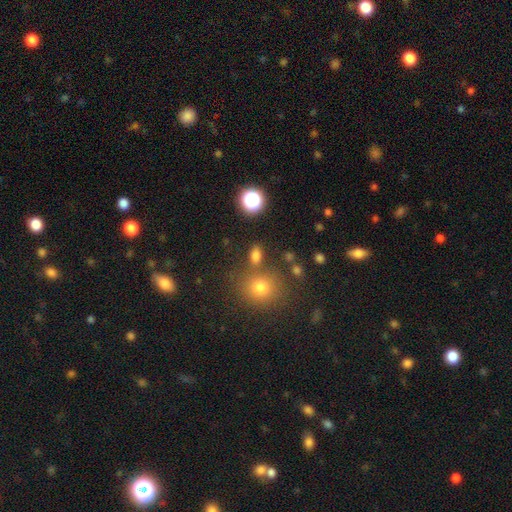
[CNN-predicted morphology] This is likely a smooth galaxy (76%). How rounded: likely in between (72%). Merging: likely none (74%).